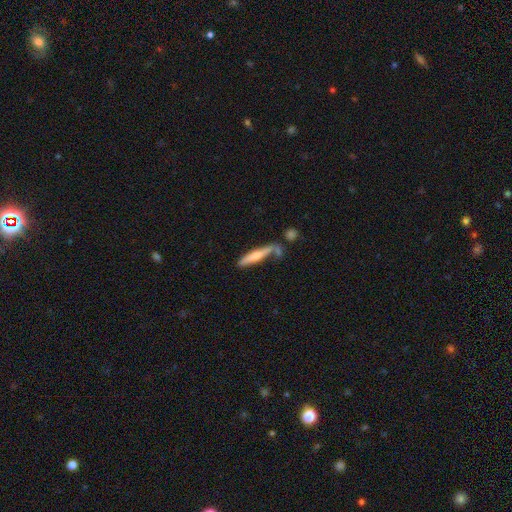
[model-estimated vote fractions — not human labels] Overall: smooth (58%; featured or disk 36%). How rounded: cigar-shaped (89%). Merging: none (57%; minor disturbance 19%).